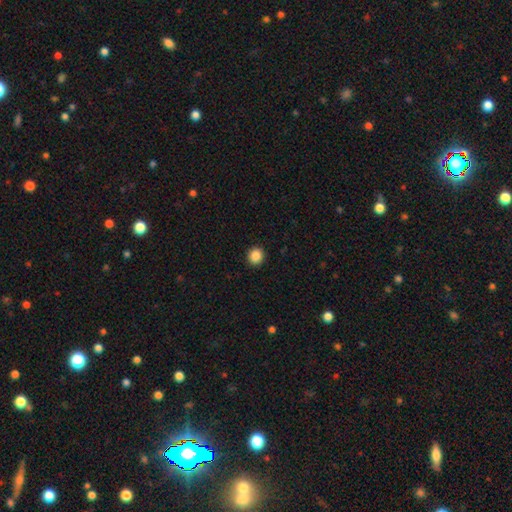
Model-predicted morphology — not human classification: smooth-or-featured: smooth: 87% | star or artifact: 9% | featured or disk: 3%
  how-rounded: round: 91% | in between: 8% | cigar-shaped: 1%
  merging: none: 93% | minor disturbance: 4% | major disturbance: 2% | merger: 1%